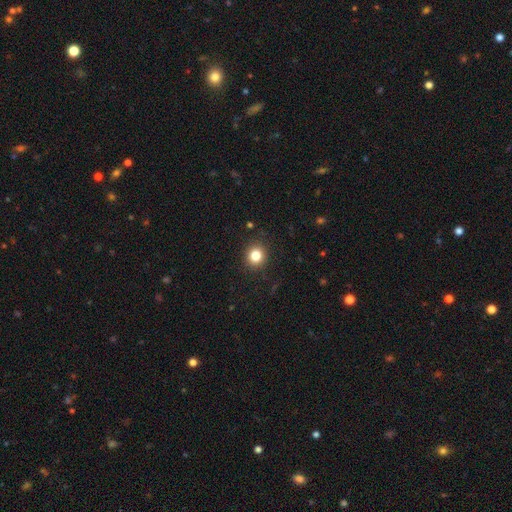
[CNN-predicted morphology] Smooth or featured?
  - smooth: 83% *
  - star or artifact: 12%
  - featured or disk: 5%
How rounded?
  - round: 86% *
  - in between: 13%
  - cigar-shaped: 1%
Merging?
  - none: 90% *
  - minor disturbance: 7%
  - major disturbance: 2%
  - merger: 1%